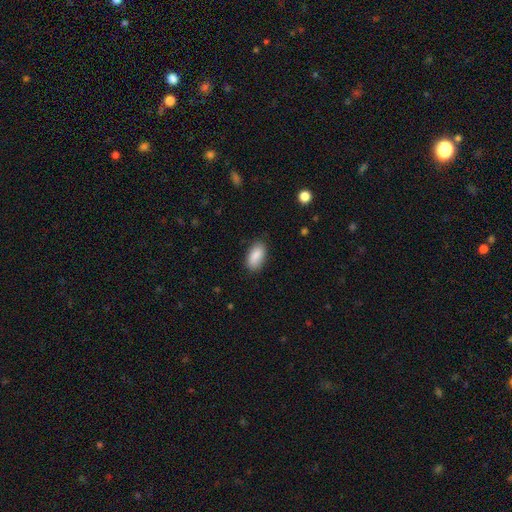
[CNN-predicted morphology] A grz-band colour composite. It shows a smooth galaxy with no disk features (88%) that is in between round and cigar-shaped (92%). Merging: none (83%).